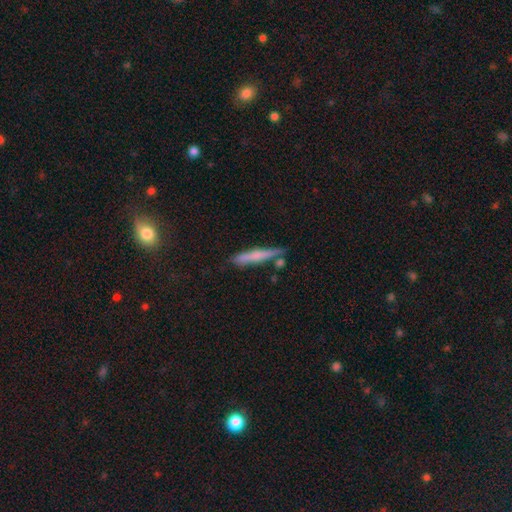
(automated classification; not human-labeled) This is possibly a smooth galaxy (58%). How rounded: clearly cigar-shaped (93%). Merging: likely none (74%).